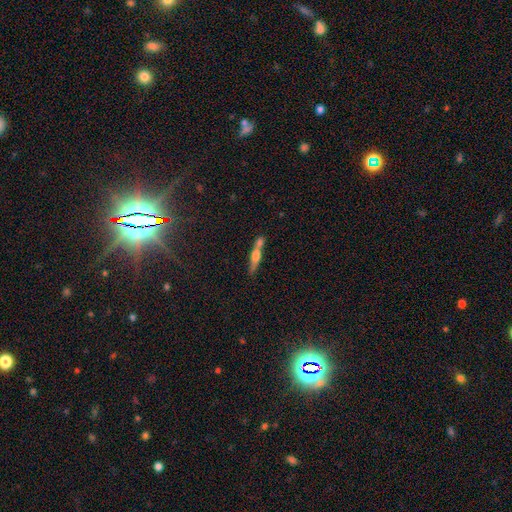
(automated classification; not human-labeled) Morphology: type=featured or disk (53%); edge-on=yes (91%); merging=none (50%).